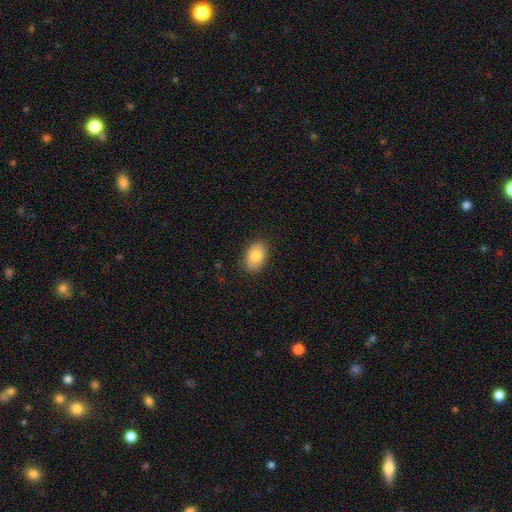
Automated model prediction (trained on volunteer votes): This appears to be a smooth galaxy with no disk features (82%) that is in between round and cigar-shaped (87%). Merging: none (87%).